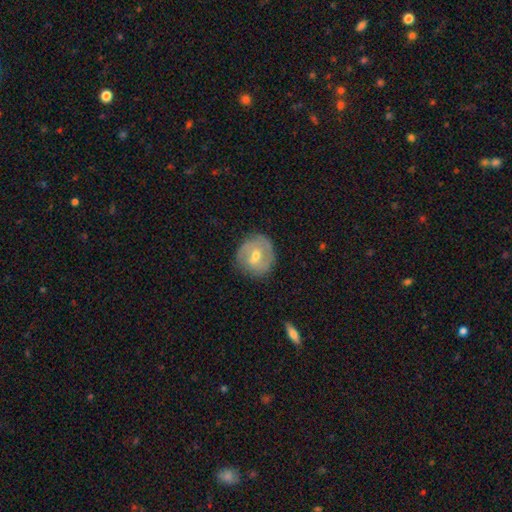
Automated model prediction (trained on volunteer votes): This appears to be a featured or disk galaxy (58%) with a weak bar (48%), spiral arms (65%) and a moderate central bulge (63%). Merging: none (77%).